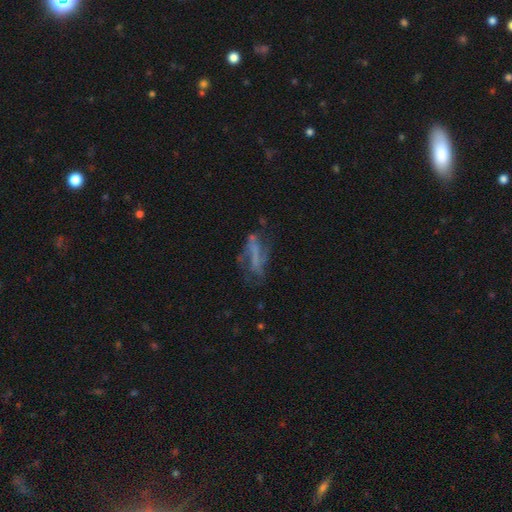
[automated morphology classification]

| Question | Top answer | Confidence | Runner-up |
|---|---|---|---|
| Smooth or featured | featured or disk | 58% | smooth (27%) |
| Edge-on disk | no | 85% | yes (15%) |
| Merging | none | 41% | major disturbance (30%) |